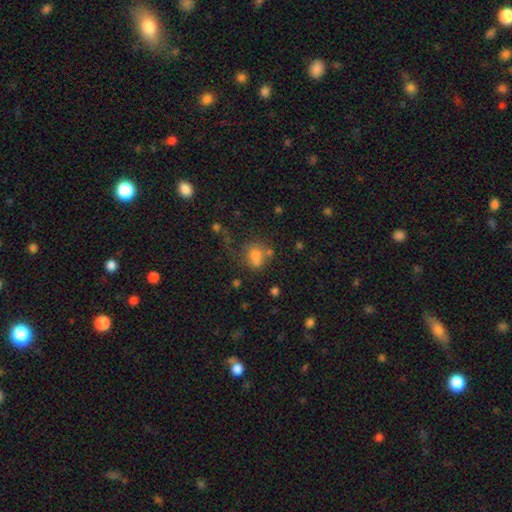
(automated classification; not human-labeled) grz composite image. It shows a smooth galaxy with no disk features (72%) that is round (52%). Merging: none (46%).